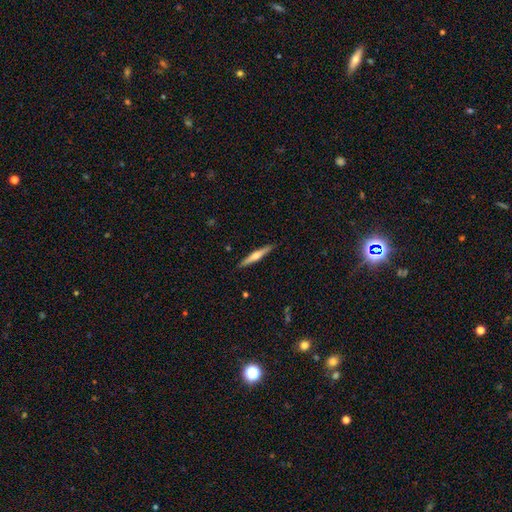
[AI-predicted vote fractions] Smooth or featured? featured or disk (56%)
Edge-on disk? yes (98%)
Edge-on bulge? rounded (81%)
Merging? none (91%)